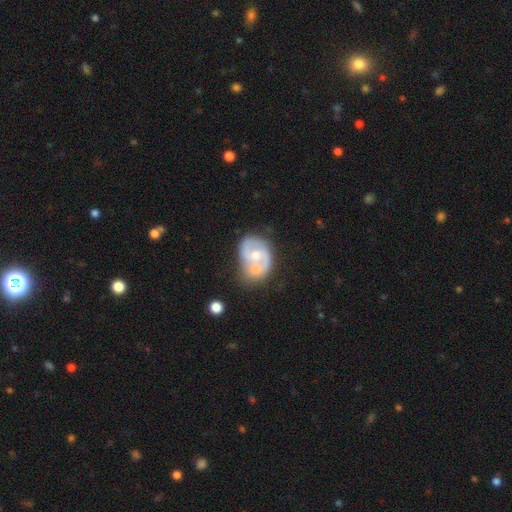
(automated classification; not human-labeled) Overall: featured or disk (71%). Edge-on disk: no (97%). Bar: no (56%; weak 36%). Spiral arms: yes (76%). Spiral arm count: 2 (76%). Spiral winding: medium (49%; tight 26%). Bulge size: moderate (65%; small 27%). Merging: none (39%; merger 27%).